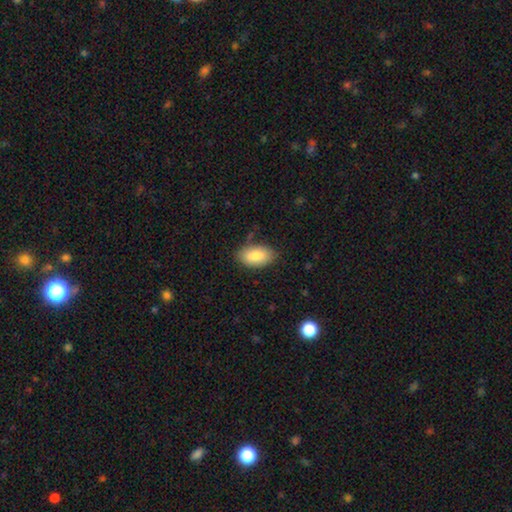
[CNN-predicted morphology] smooth 85%, featured or disk 9%, star or artifact 7%. Down the decision tree: how rounded — in between (94%); merging — none (77%).